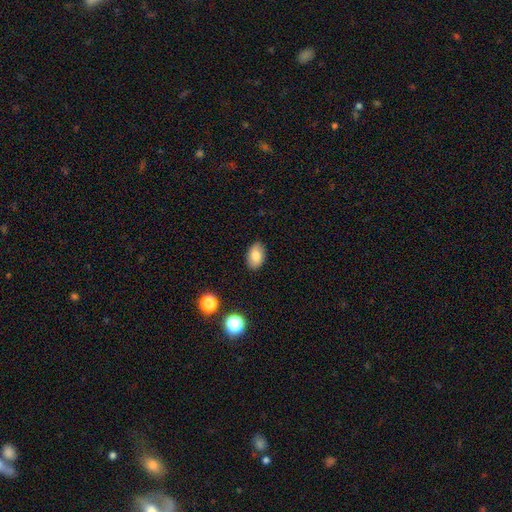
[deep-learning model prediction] Smooth or featured? Predicted: smooth (p=0.80). How rounded? Predicted: in between (p=0.88). Merging? Predicted: none (p=0.87).